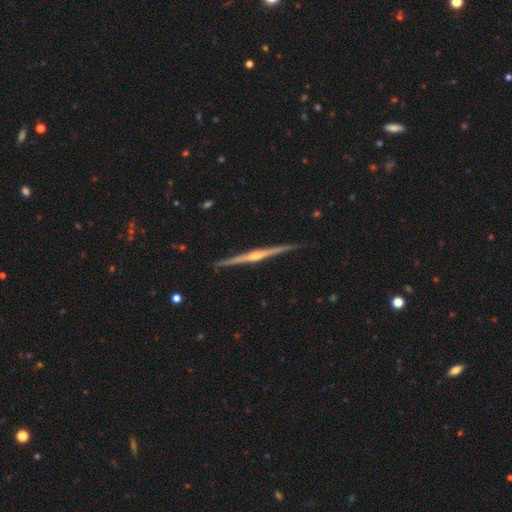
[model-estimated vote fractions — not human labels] This is clearly a featured or disk galaxy (86%). It is clearly viewed edge-on (99%). Edge-on bulge: clearly rounded (85%). Merging: clearly none (91%).